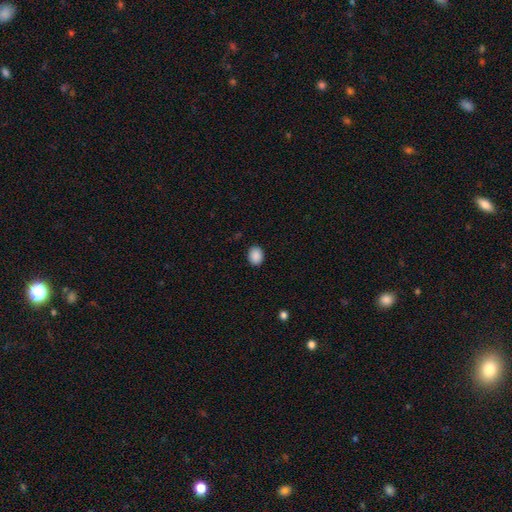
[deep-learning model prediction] This appears to be a smooth galaxy with no disk features (89%) that is in between round and cigar-shaped (55%). Merging: none (89%).